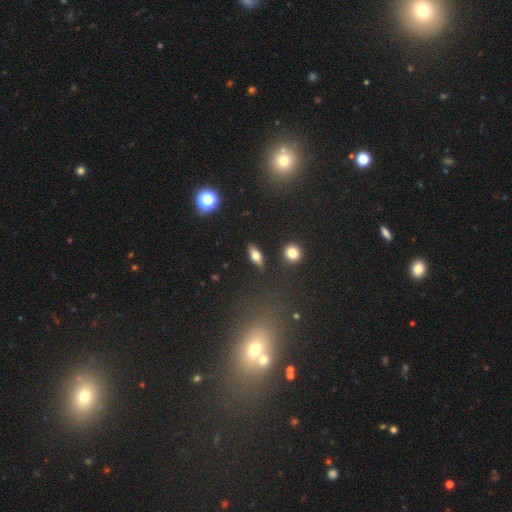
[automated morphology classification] smooth-or-featured: smooth: 54% | featured or disk: 36% | star or artifact: 9%
  how-rounded: in between: 70% | cigar-shaped: 22% | round: 8%
  merging: none: 87% | minor disturbance: 9% | major disturbance: 2% | merger: 2%